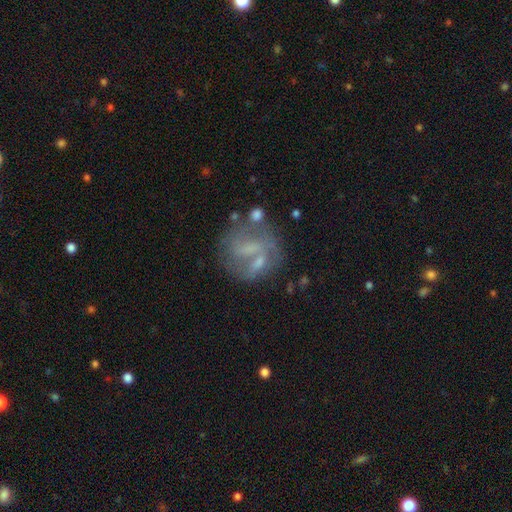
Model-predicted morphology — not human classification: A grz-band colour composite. It shows a featured or disk galaxy (61%) with a weak bar (42%), spiral arms (53%) and no central bulge (39%). Merging: none (51%).